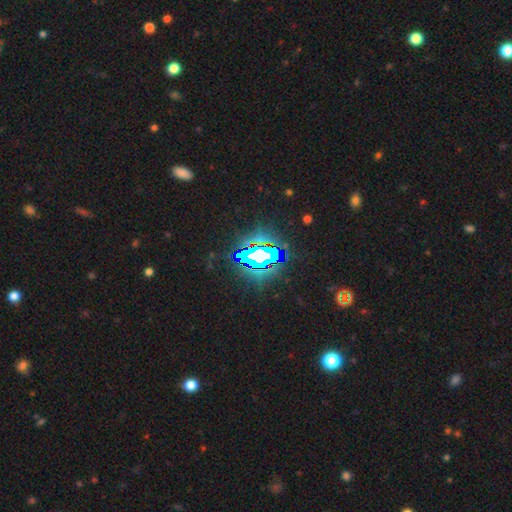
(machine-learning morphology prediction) A star or artifact, not a galaxy (75%).

Vote fractions:
- Smooth or featured? star or artifact: 75% / featured or disk: 12% / smooth: 12%